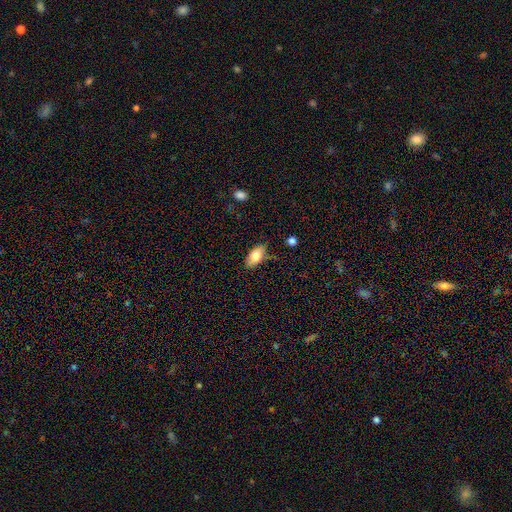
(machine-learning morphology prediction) Smooth or featured? Predicted: smooth (p=0.79). How rounded? Predicted: in between (p=0.91). Merging? Predicted: none (p=0.71).